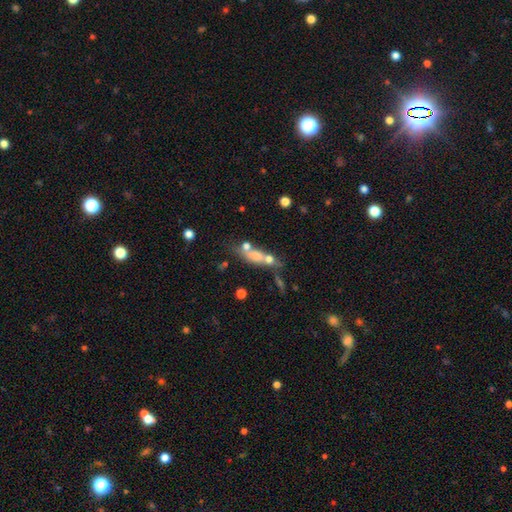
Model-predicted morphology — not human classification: The model was most divided on "merging": merger: 37%, none: 35%, minor disturbance: 15%, major disturbance: 13%. More confident: smooth or featured — smooth (58%); how rounded — in between (54%).